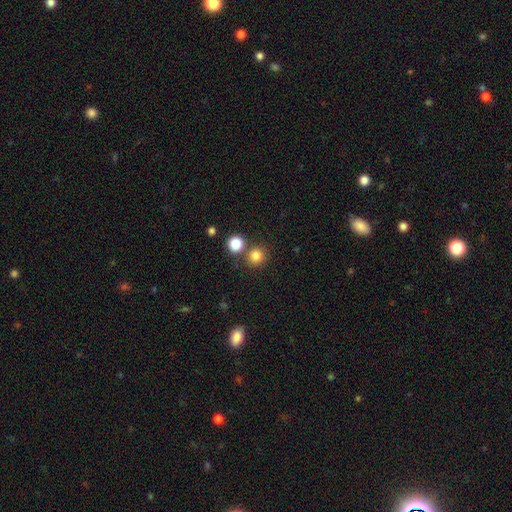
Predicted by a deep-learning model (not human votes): Overall: smooth (81%). How rounded: round (91%). Merging: none (76%).